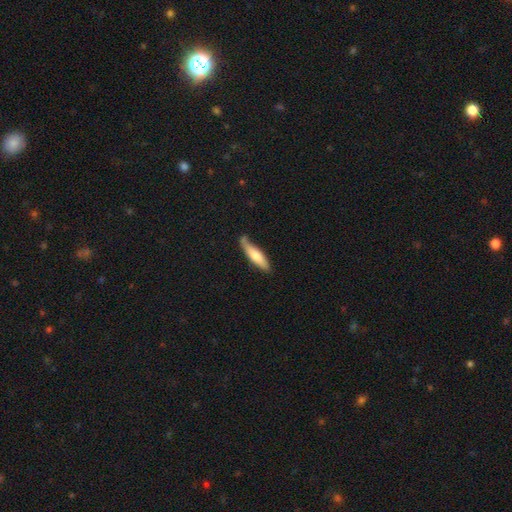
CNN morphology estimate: type=smooth (70%); roundness=cigar-shaped (73%); merging=none (61%).